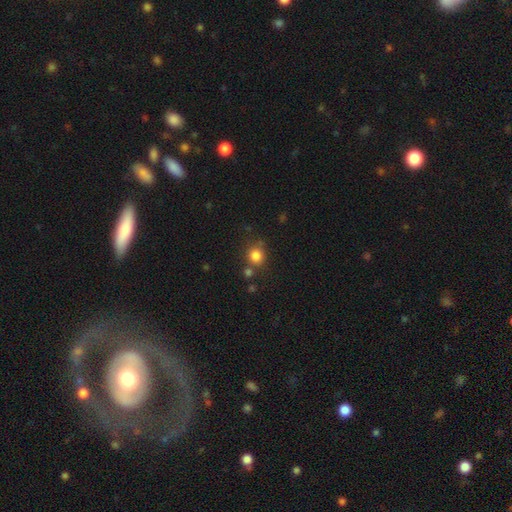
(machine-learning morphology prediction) This appears to be a smooth galaxy with no disk features (83%) that is round (86%). Merging: none (71%).